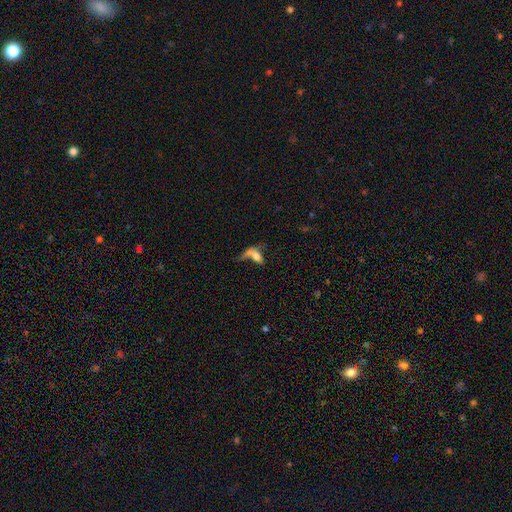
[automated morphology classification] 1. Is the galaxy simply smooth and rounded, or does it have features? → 57% smooth, 31% featured or disk, 12% star or artifact.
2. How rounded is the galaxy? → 69% in between, 20% cigar-shaped, 10% round.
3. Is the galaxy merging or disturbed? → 35% major disturbance, 28% merger, 23% none, 13% minor disturbance.